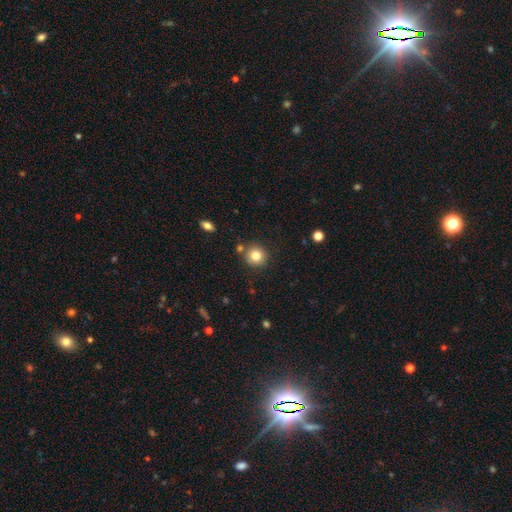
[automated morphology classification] Smooth or featured? Predicted: smooth (p=0.82). How rounded? Predicted: round (p=0.92). Merging? Predicted: none (p=0.81).